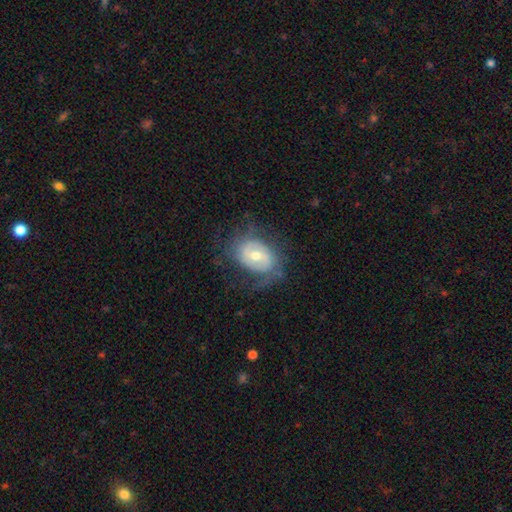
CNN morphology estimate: Q: Smooth or featured?
A: featured or disk (66%); runner-up: smooth (27%)
Q: Edge-on disk?
A: no (95%); runner-up: yes (5%)
Q: Bar?
A: no (46%); runner-up: weak (40%)
Q: Spiral arms?
A: yes (71%); runner-up: no (29%)
Q: Bulge size?
A: moderate (67%); runner-up: small (27%)
Q: Merging?
A: none (58%); runner-up: minor disturbance (24%)